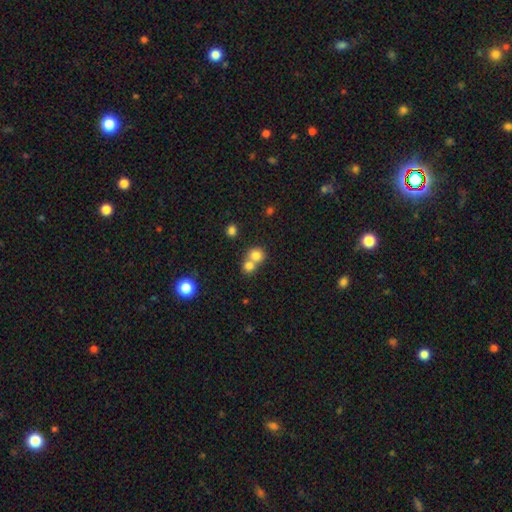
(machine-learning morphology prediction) The model was most divided on "merging": merger: 56%, none: 37%, minor disturbance: 5%, major disturbance: 2%. More confident: how rounded — round (83%); smooth or featured — smooth (79%).